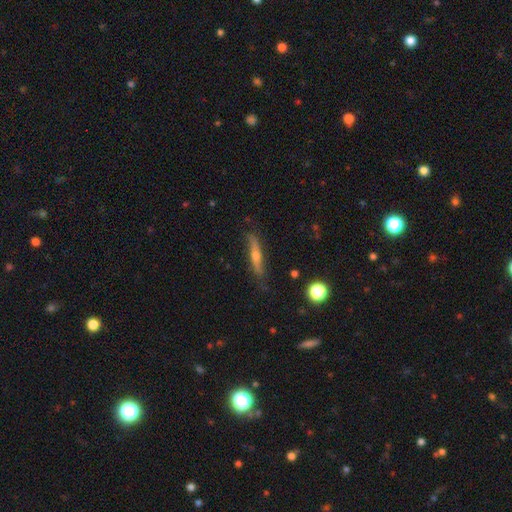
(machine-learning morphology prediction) Smooth or featured? Predicted: featured or disk (p=0.65). Edge-on disk? Predicted: yes (p=0.86). Edge-on bulge? Predicted: rounded (p=0.80). Merging? Predicted: none (p=0.74).